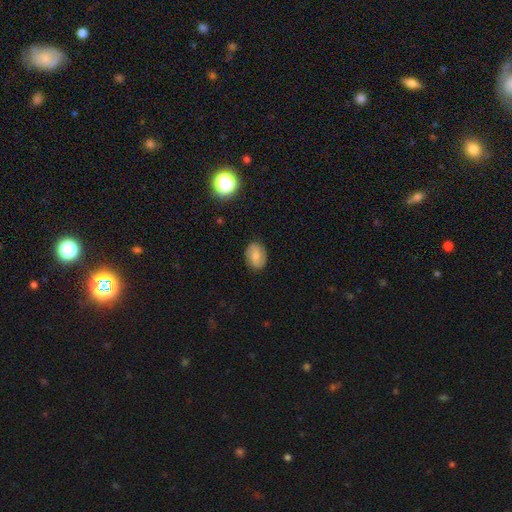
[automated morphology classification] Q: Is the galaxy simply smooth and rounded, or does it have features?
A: smooth — 59%.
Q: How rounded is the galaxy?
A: in between — 67%.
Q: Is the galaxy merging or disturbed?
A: none — 85%.